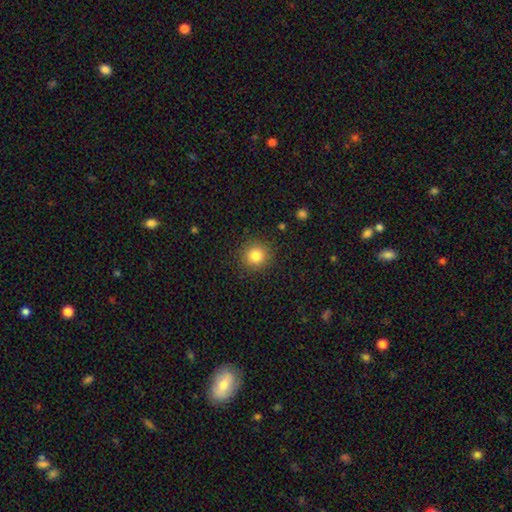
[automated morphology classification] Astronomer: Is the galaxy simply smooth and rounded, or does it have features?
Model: smooth — 83%.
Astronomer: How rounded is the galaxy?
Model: round — 91%.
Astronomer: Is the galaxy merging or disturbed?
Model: none — 89%.